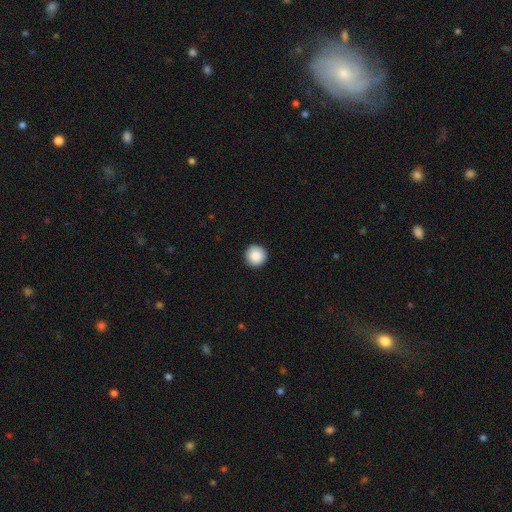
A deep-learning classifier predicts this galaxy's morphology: A smooth galaxy with no disk features (89%) that is round (96%). Merging: none (92%).